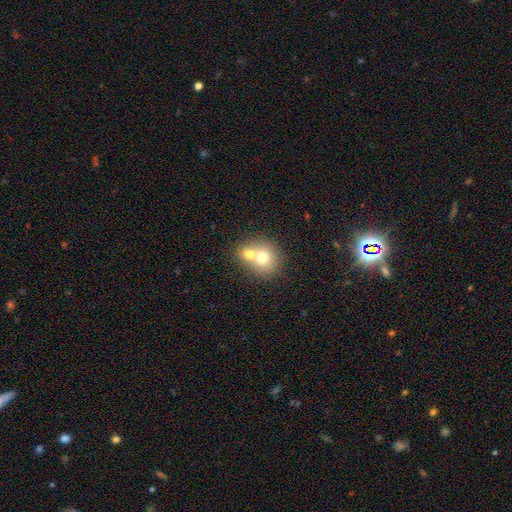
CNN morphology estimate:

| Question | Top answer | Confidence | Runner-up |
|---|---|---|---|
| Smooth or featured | smooth | 67% | featured or disk (22%) |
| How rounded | round | 76% | in between (23%) |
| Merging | merger | 60% | none (31%) |